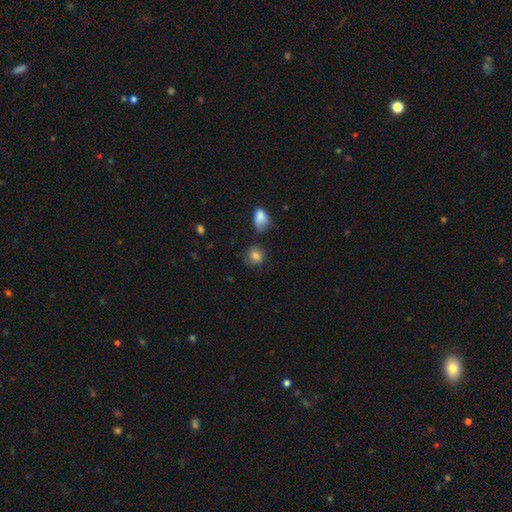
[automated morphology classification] This is clearly a smooth galaxy (81%). How rounded: likely round (68%). Merging: likely none (61%).